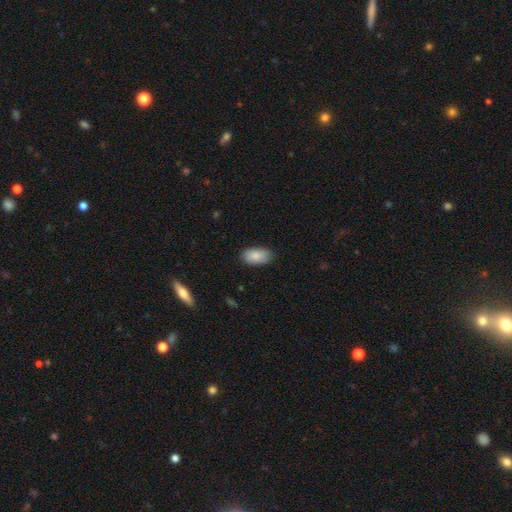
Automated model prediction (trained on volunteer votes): This appears to be a smooth galaxy with no disk features (87%) that is in between round and cigar-shaped (94%). Merging: none (84%).